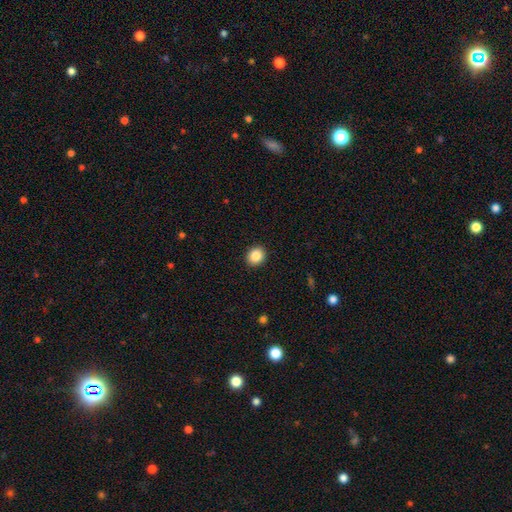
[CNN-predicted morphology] type=smooth (86%); roundness=round (71%); merging=none (92%).